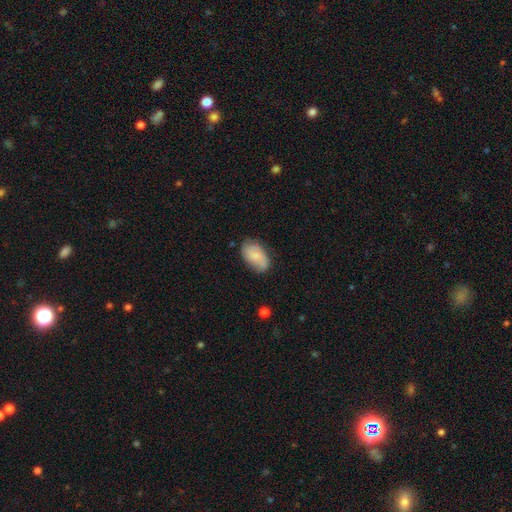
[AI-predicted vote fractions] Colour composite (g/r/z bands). It shows a smooth galaxy with no disk features (64%) that is in between round and cigar-shaped (92%). Merging: none (65%).